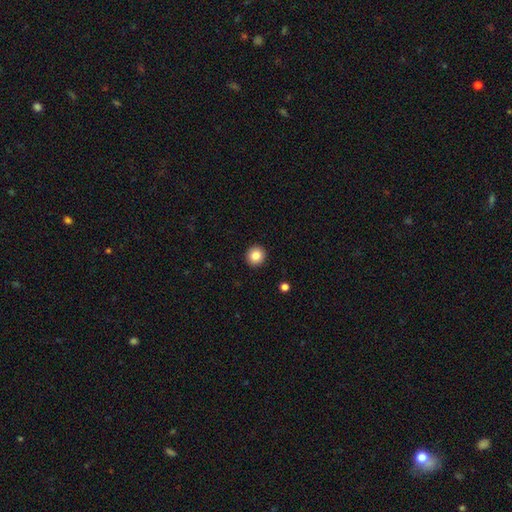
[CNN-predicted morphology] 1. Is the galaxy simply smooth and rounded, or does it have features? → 84% smooth, 9% star or artifact, 6% featured or disk.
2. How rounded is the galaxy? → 92% round, 7% in between, 1% cigar-shaped.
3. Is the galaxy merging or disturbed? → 93% none, 5% minor disturbance, 1% major disturbance, 1% merger.